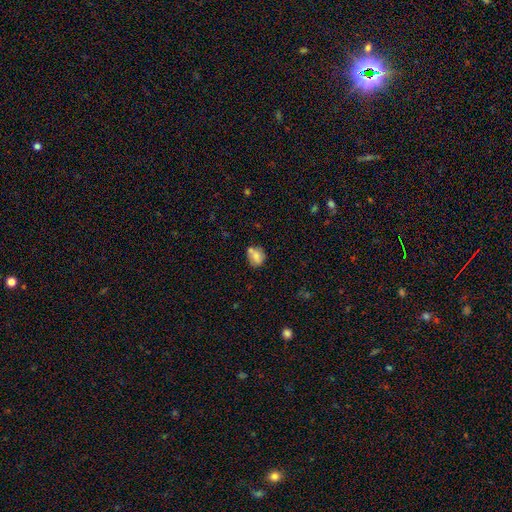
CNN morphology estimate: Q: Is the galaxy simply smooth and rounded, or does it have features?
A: smooth — 74%.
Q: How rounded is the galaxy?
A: round — 54%.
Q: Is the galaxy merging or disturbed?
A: none — 53%.